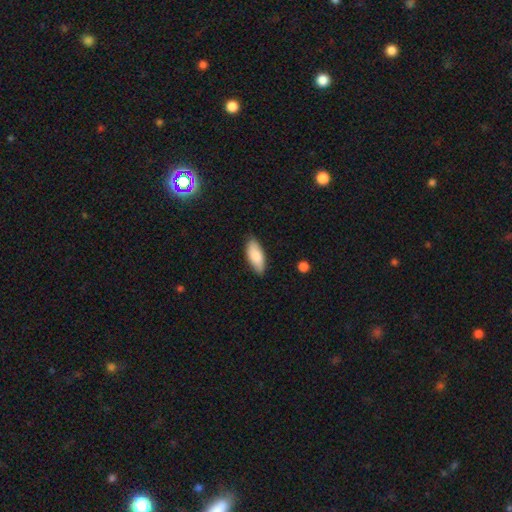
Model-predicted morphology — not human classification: type=smooth (83%); roundness=in between (83%); merging=none (84%).